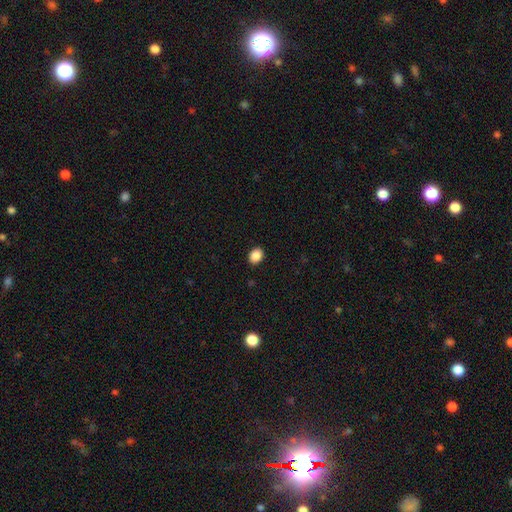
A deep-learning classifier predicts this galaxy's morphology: Overall: smooth (88%). How rounded: in between (56%; round 43%). Merging: none (91%).